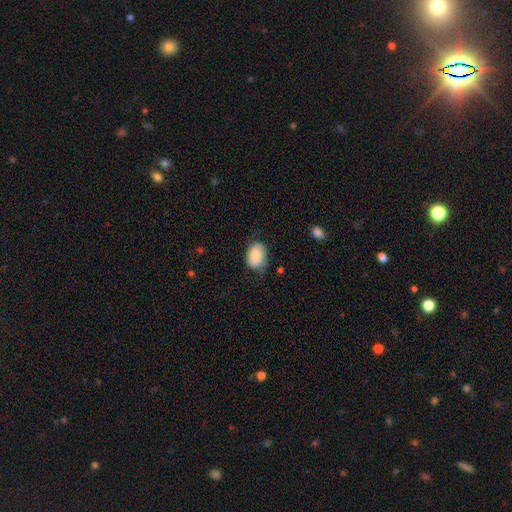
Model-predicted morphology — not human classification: type=smooth (78%); roundness=in between (80%); merging=none (67%).